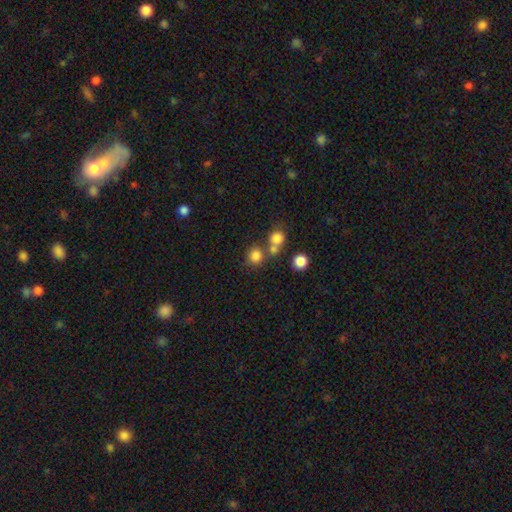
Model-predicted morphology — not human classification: Smooth or featured?
  - smooth: 78% *
  - star or artifact: 15%
  - featured or disk: 7%
How rounded?
  - round: 89% *
  - in between: 10%
  - cigar-shaped: 1%
Merging?
  - none: 61% *
  - merger: 27%
  - minor disturbance: 8%
  - major disturbance: 4%